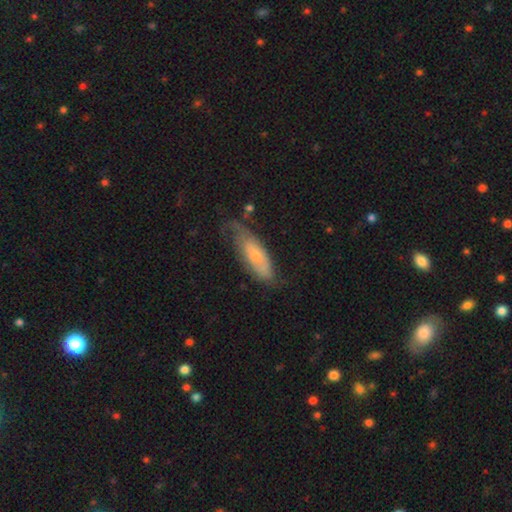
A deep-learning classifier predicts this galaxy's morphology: A featured or disk galaxy (48%).

Vote fractions:
- Smooth or featured? featured or disk: 48% / smooth: 47% / star or artifact: 6%
- Merging? none: 45% / minor disturbance: 33% / major disturbance: 20% / merger: 3%